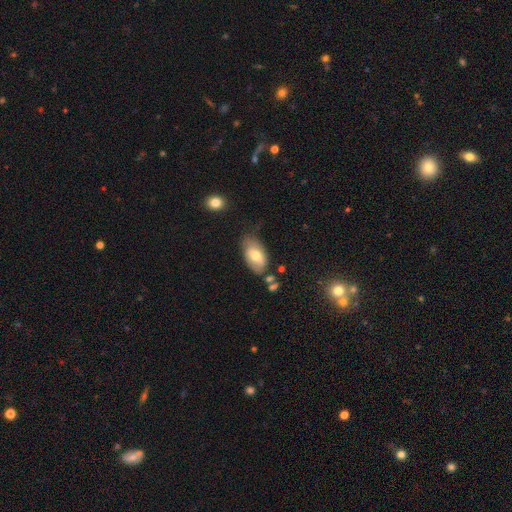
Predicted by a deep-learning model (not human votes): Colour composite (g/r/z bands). It shows a smooth galaxy with no disk features (64%) that is in between round and cigar-shaped (93%). Merging: none (61%).